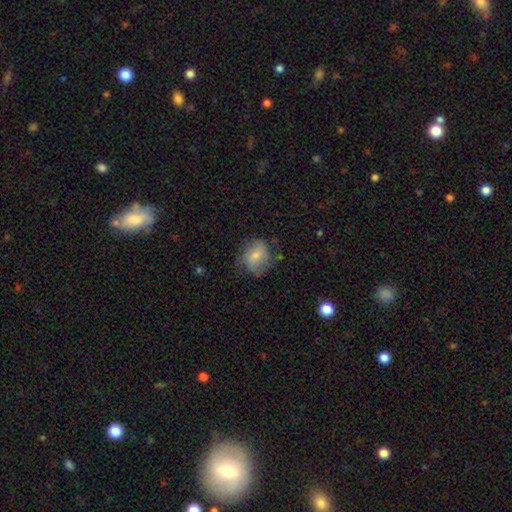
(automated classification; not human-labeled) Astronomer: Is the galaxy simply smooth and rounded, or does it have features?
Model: smooth — 59%.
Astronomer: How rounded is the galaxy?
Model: round — 62%.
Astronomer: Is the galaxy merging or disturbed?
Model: none — 59%.